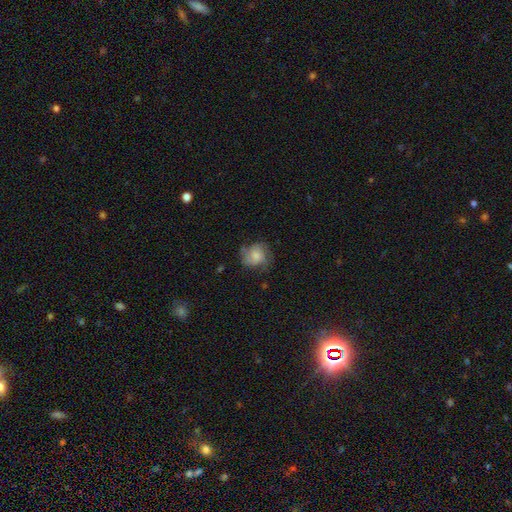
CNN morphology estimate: This appears to be a smooth galaxy with no disk features (50%) that is round (73%). Merging: none (59%).